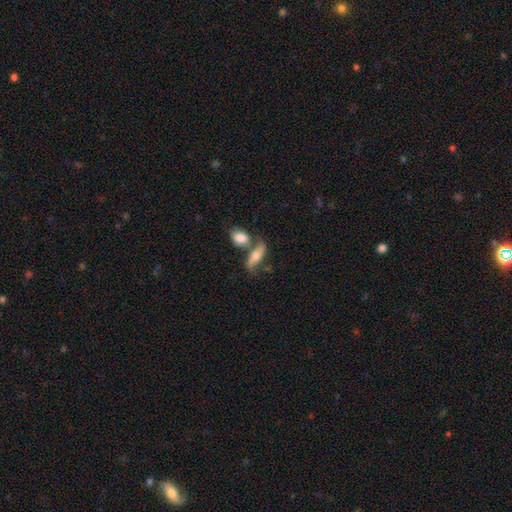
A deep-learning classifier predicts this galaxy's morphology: Smooth or featured: smooth — 54% (featured or disk — 38%)
How rounded: in between — 59% (cigar-shaped — 36%)
Merging: none — 47% (merger — 32%)